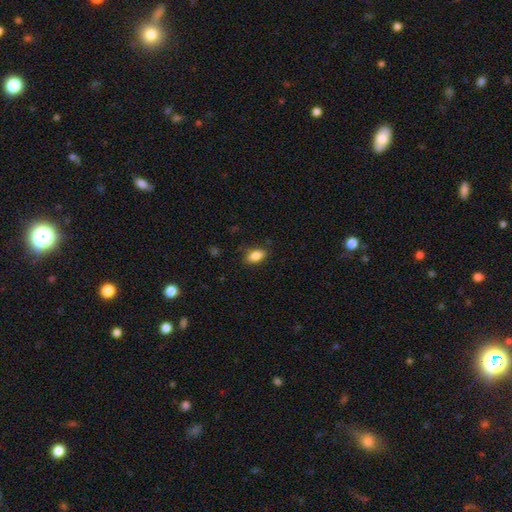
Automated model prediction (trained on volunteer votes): Smooth or featured: smooth — 85% (star or artifact — 8%)
How rounded: in between — 88% (round — 6%)
Merging: none — 85% (minor disturbance — 11%)